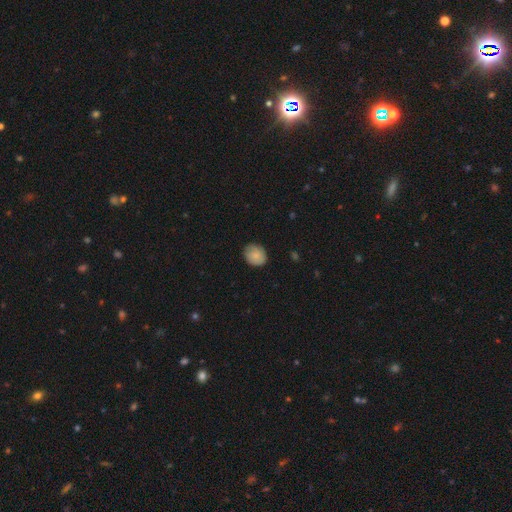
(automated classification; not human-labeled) This is clearly a smooth galaxy (81%). How rounded: likely round (61%). Merging: likely none (78%).